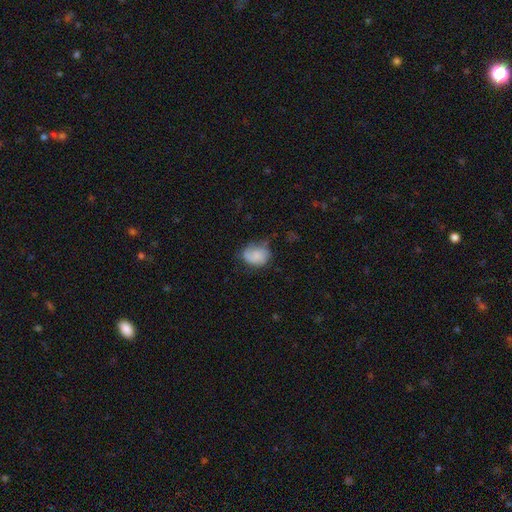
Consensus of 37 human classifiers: Smooth or featured: smooth — 70% (featured or disk — 24%)
How rounded: in between — 62% (round — 38%)
Merging: none — 60% (minor disturbance — 20%)